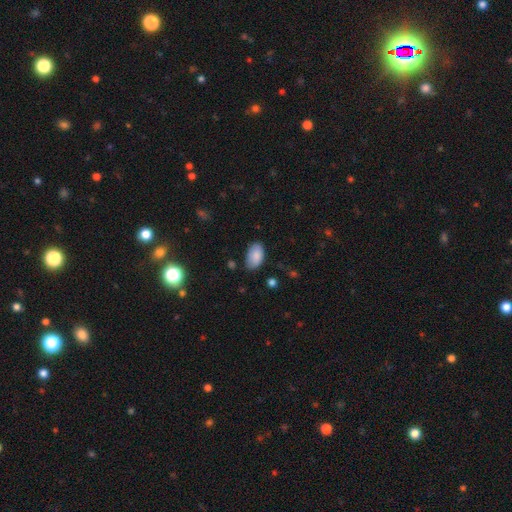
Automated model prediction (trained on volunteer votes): Overall: smooth (86%). How rounded: in between (94%). Merging: none (76%).